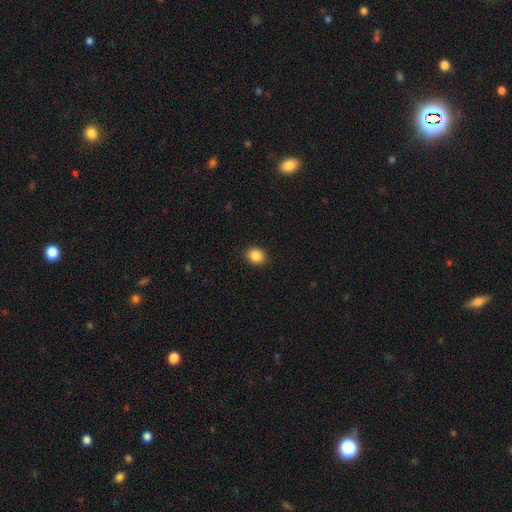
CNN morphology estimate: Smooth or featured? Predicted: smooth (p=0.86). How rounded? Predicted: round (p=0.53). Merging? Predicted: none (p=0.90).